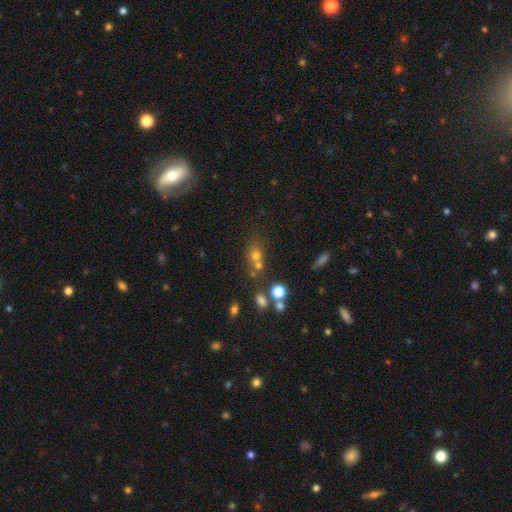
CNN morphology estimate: Smooth or featured: smooth — 63% (star or artifact — 21%)
How rounded: round — 66% (in between — 31%)
Merging: none — 45% (merger — 38%)